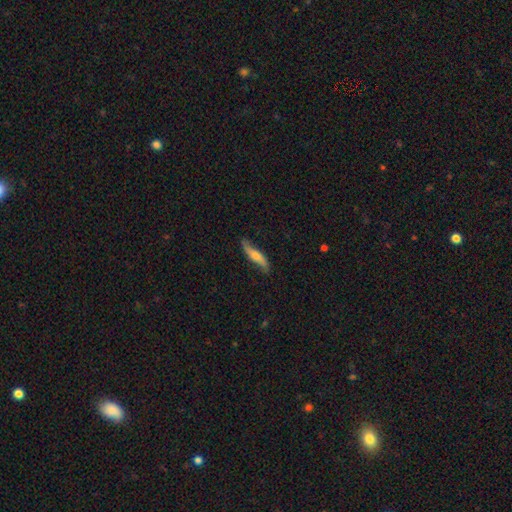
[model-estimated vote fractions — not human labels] smooth_or_featured: featured or disk (p=0.60) [alt: smooth p=0.35]
disk_edge_on: yes (p=0.53) [alt: no p=0.47]
merging: none (p=0.76) [alt: minor disturbance p=0.18]